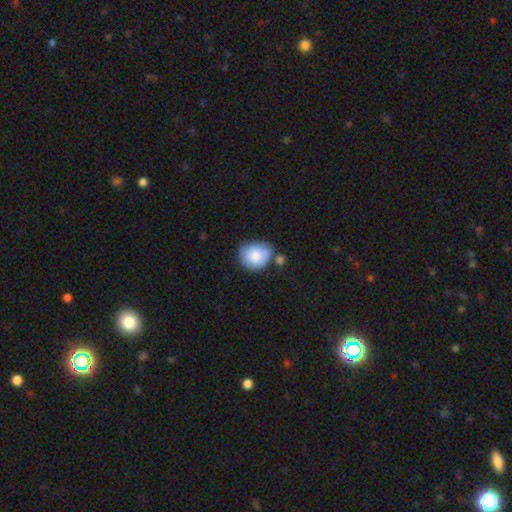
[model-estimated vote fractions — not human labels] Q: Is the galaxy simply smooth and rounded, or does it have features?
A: smooth — 81%.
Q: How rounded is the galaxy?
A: round — 72%.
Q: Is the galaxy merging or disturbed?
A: none — 52%.